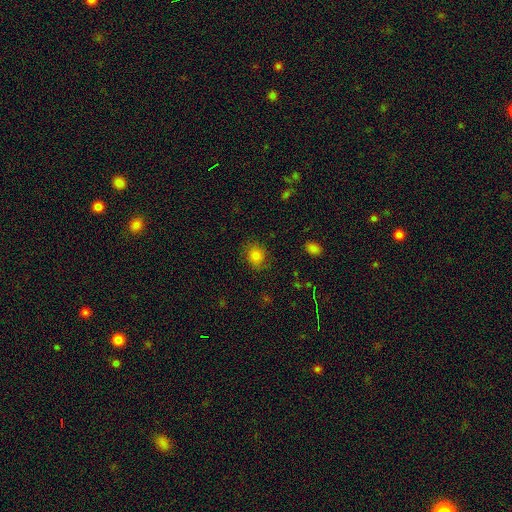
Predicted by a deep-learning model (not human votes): Smooth or featured?
  - smooth: 81% *
  - star or artifact: 12%
  - featured or disk: 8%
How rounded?
  - round: 66% *
  - in between: 33%
  - cigar-shaped: 1%
Merging?
  - none: 78% *
  - minor disturbance: 16%
  - major disturbance: 5%
  - merger: 1%